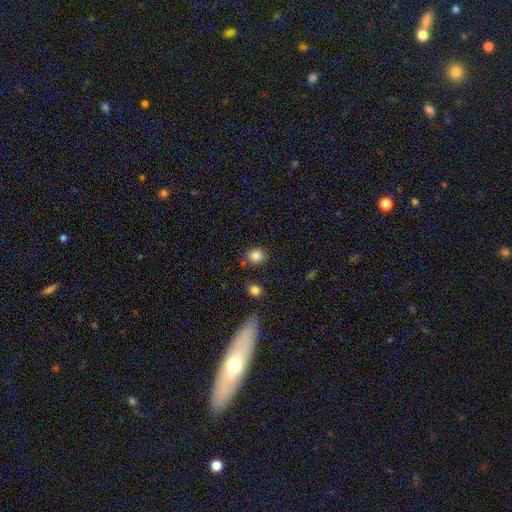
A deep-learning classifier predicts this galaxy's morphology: type=smooth (84%); roundness=round (73%); merging=none (80%).